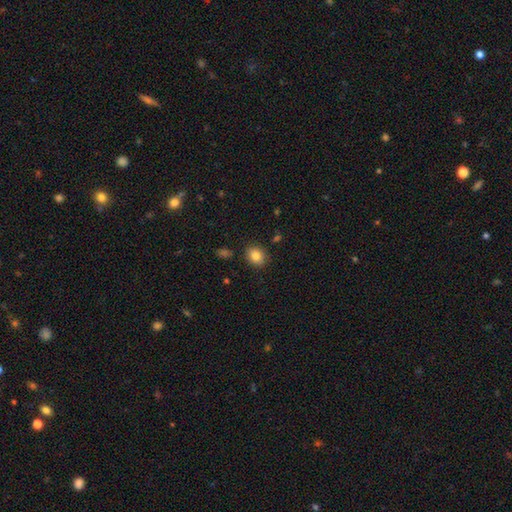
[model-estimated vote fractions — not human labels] A smooth galaxy with no disk features (84%) that is round (56%). Merging: none (86%).